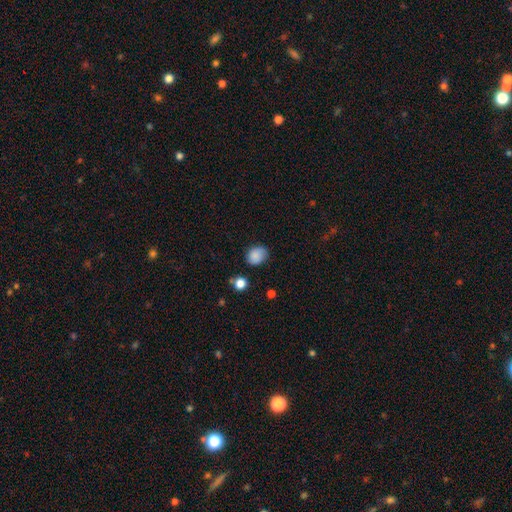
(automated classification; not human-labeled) A smooth galaxy with no disk features (84%) that is round (53%).

Vote fractions:
- Smooth or featured? smooth: 84% / star or artifact: 9% / featured or disk: 7%
- How rounded? round: 53% / in between: 46% / cigar-shaped: 1%
- Merging? none: 72% / minor disturbance: 21% / major disturbance: 4% / merger: 2%